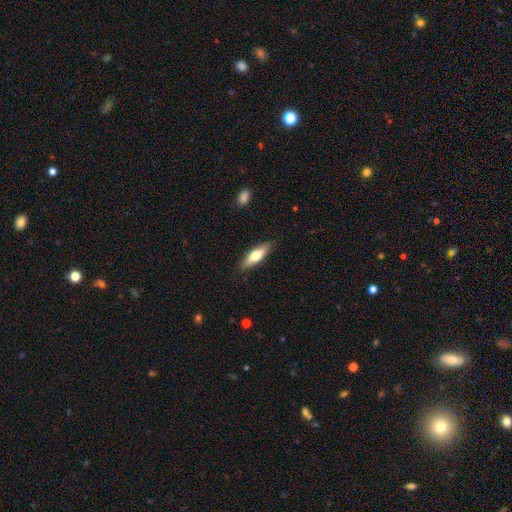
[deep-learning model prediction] smooth-or-featured: smooth: 63% | featured or disk: 32% | star or artifact: 6%
  how-rounded: cigar-shaped: 54% | in between: 44% | round: 2%
  merging: none: 86% | minor disturbance: 10% | major disturbance: 2% | merger: 1%